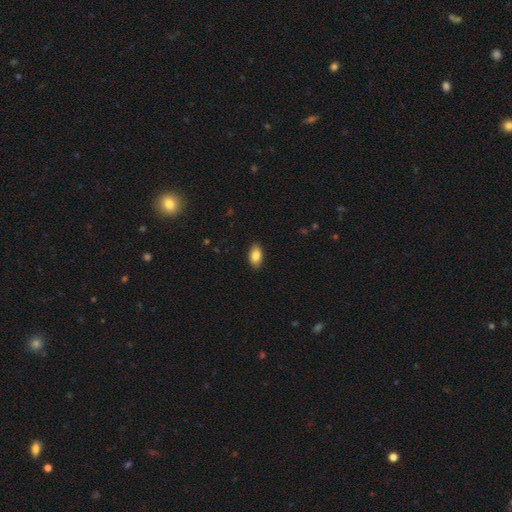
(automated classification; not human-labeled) A smooth galaxy with no disk features (85%) that is in between round and cigar-shaped (92%).

Vote fractions:
- Smooth or featured? smooth: 85% / featured or disk: 8% / star or artifact: 7%
- How rounded? in between: 92% / round: 5% / cigar-shaped: 3%
- Merging? none: 89% / minor disturbance: 9% / major disturbance: 2% / merger: 1%